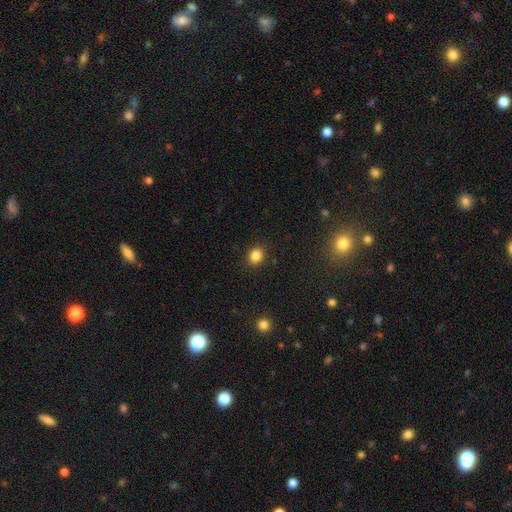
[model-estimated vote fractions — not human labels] A smooth galaxy with no disk features (84%) that is round (59%). Merging: none (89%).